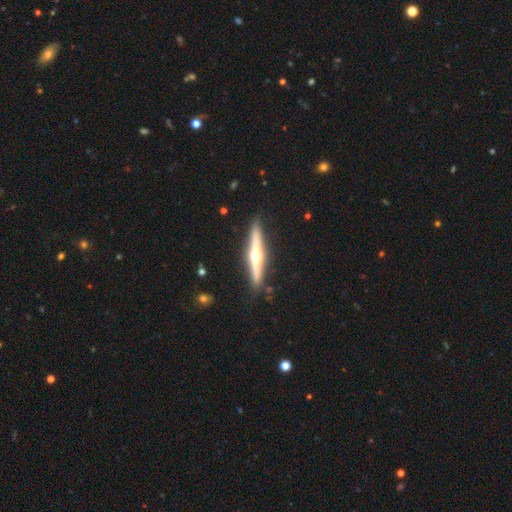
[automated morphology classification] Smooth or featured? Predicted: featured or disk (p=0.72). Edge-on disk? Predicted: yes (p=0.97). Edge-on bulge? Predicted: rounded (p=0.92). Merging? Predicted: none (p=0.89).